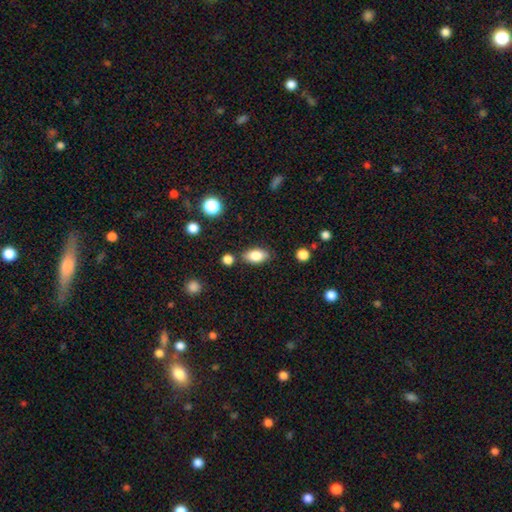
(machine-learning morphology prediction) Smooth or featured: smooth — 82% (featured or disk — 10%)
How rounded: in between — 90% (round — 6%)
Merging: none — 81% (minor disturbance — 12%)